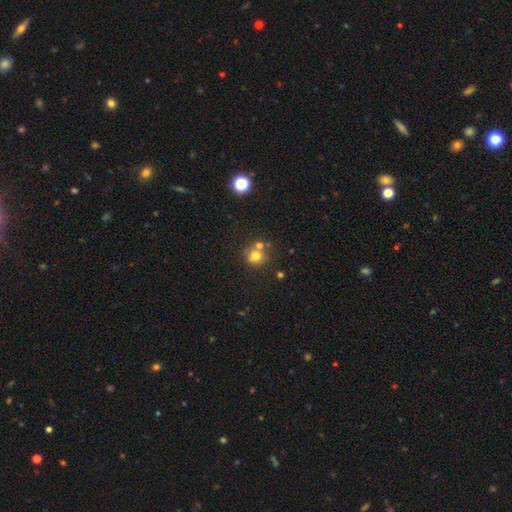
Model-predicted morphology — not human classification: This appears to be a smooth galaxy with no disk features (72%) that is round (84%). Merging: none (53%).